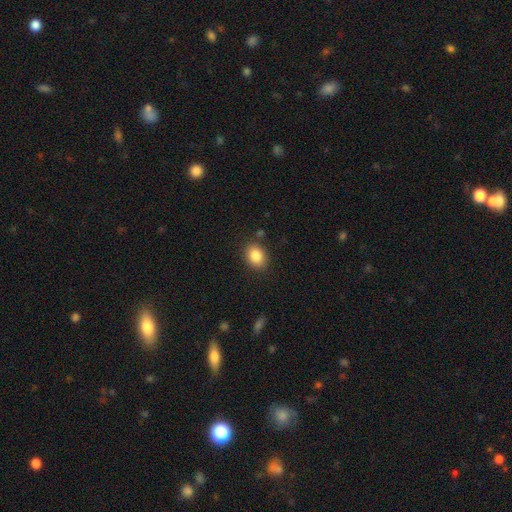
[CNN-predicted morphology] A smooth galaxy with no disk features (85%) that is in between round and cigar-shaped (61%).

Vote fractions:
- Smooth or featured? smooth: 85% / star or artifact: 9% / featured or disk: 6%
- How rounded? in between: 61% / round: 38% / cigar-shaped: 1%
- Merging? none: 85% / minor disturbance: 10% / major disturbance: 3% / merger: 2%